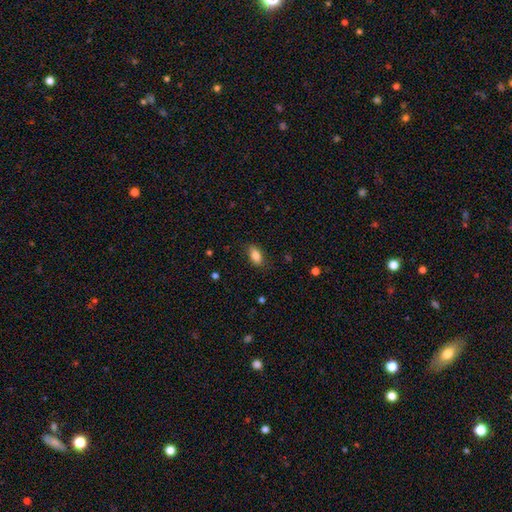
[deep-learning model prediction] Q: Smooth or featured?
A: smooth (84%); runner-up: star or artifact (8%)
Q: How rounded?
A: in between (88%); runner-up: cigar-shaped (6%)
Q: Merging?
A: none (82%); runner-up: minor disturbance (13%)